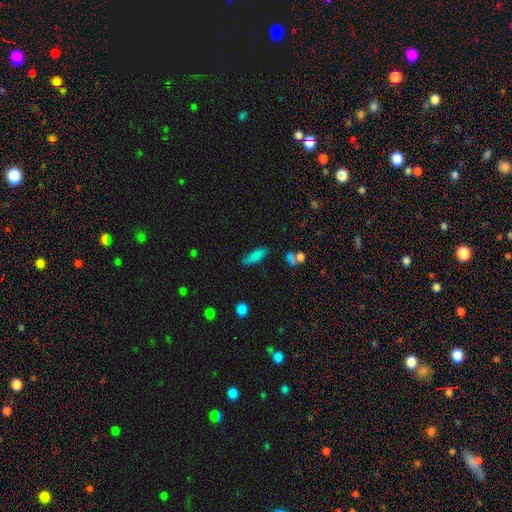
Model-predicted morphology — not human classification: type=smooth (79%); roundness=cigar-shaped (54%); merging=none (80%).